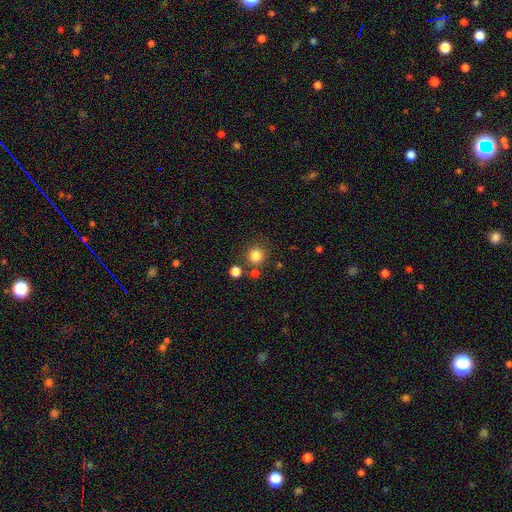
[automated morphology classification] Smooth or featured: smooth — 83% (star or artifact — 13%)
How rounded: round — 93% (in between — 6%)
Merging: none — 78% (merger — 10%)